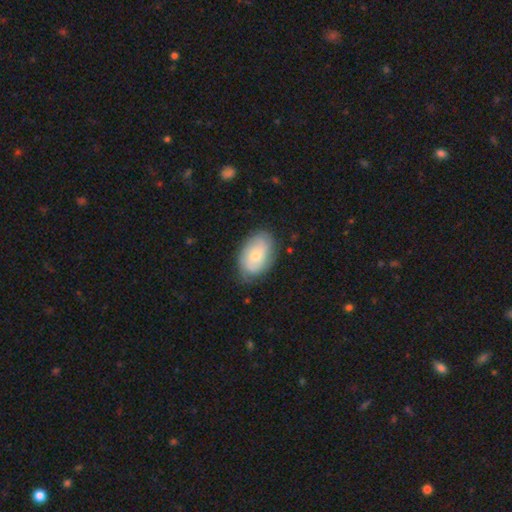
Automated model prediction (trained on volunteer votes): Q: Smooth or featured?
A: featured or disk (51%); runner-up: smooth (42%)
Q: Edge-on disk?
A: no (96%); runner-up: yes (4%)
Q: Merging?
A: none (74%); runner-up: minor disturbance (19%)